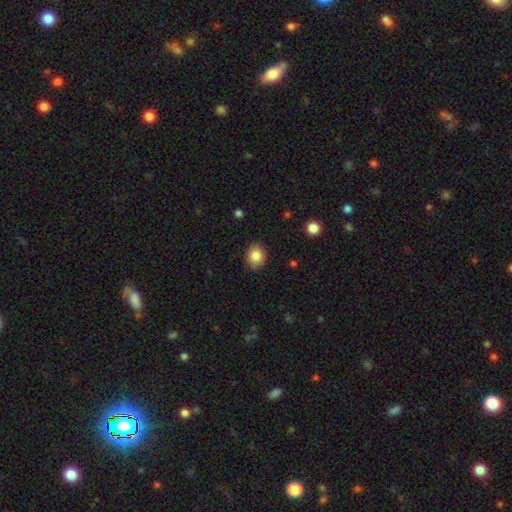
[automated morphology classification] Smooth or featured? Predicted: smooth (p=0.85). How rounded? Predicted: round (p=0.57). Merging? Predicted: none (p=0.88).